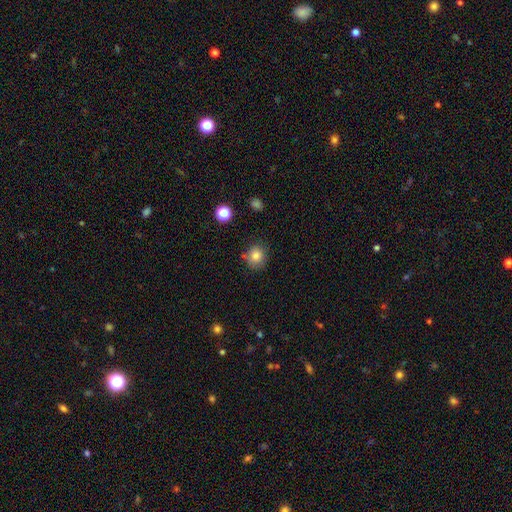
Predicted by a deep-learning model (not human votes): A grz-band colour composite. It shows a smooth galaxy with no disk features (81%) that is round (85%). Merging: none (79%).